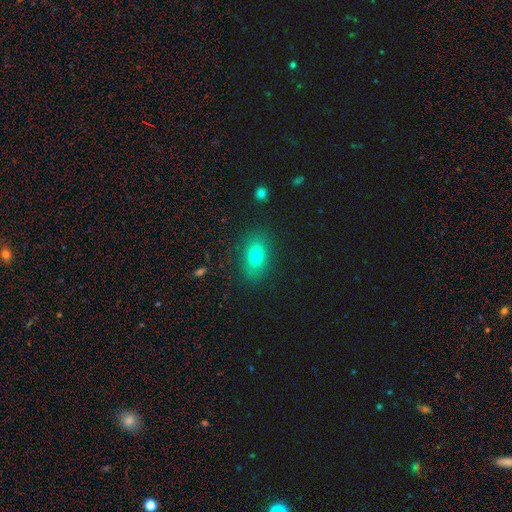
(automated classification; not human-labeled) A smooth galaxy with no disk features (74%) that is in between round and cigar-shaped (82%). Merging: none (85%).